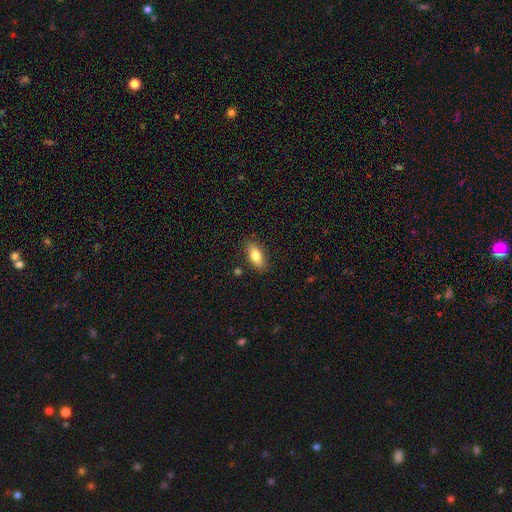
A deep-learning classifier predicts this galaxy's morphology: Smooth or featured?
  - smooth: 79% *
  - featured or disk: 14%
  - star or artifact: 7%
How rounded?
  - in between: 82% *
  - cigar-shaped: 14%
  - round: 3%
Merging?
  - none: 86% *
  - minor disturbance: 10%
  - major disturbance: 2%
  - merger: 2%